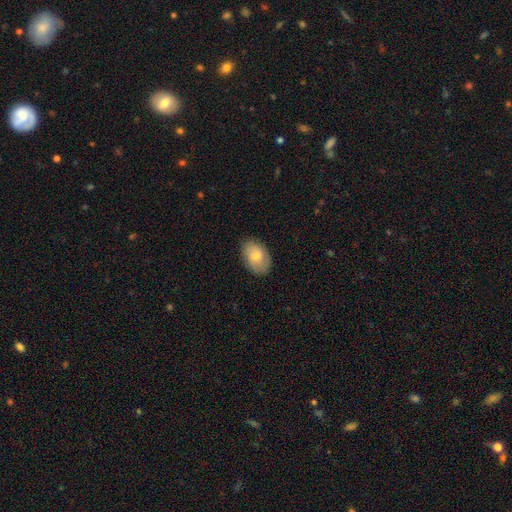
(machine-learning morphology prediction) Overall: smooth (78%). How rounded: in between (88%). Merging: none (83%).